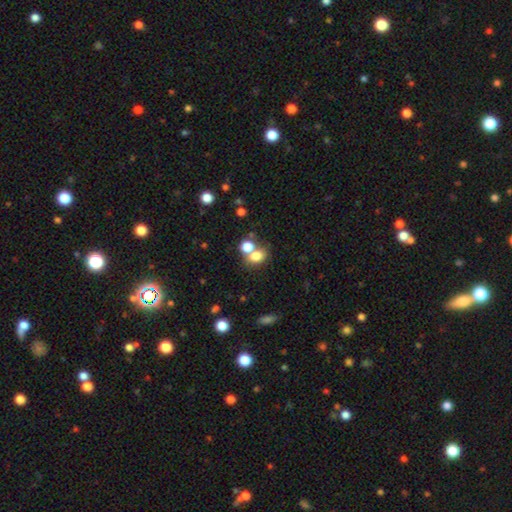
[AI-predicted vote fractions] Morphology: type=smooth (77%); roundness=in between (51%); merging=none (47%).